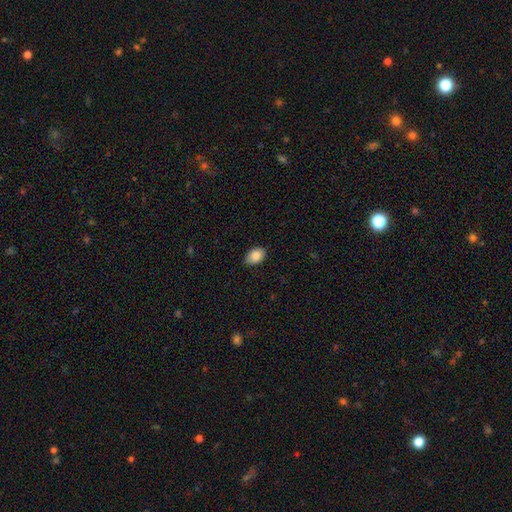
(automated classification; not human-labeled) Smooth or featured? smooth (88%)
How rounded? in between (86%)
Merging? none (84%)